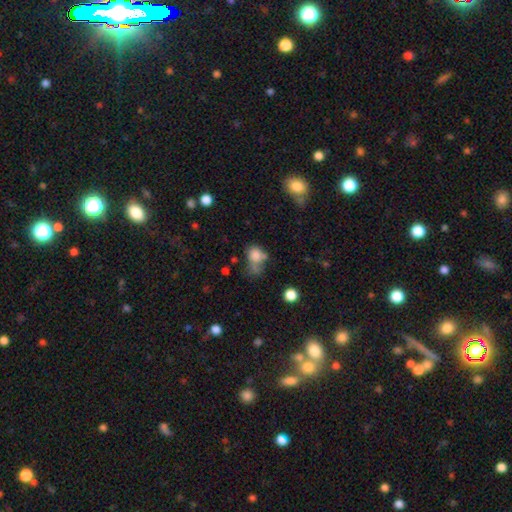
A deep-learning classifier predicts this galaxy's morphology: Smooth or featured?
  - smooth: 75% *
  - featured or disk: 13%
  - star or artifact: 12%
How rounded?
  - in between: 53% *
  - round: 46%
  - cigar-shaped: 1%
Merging?
  - none: 29% *
  - merger: 25%
  - minor disturbance: 24%
  - major disturbance: 22%